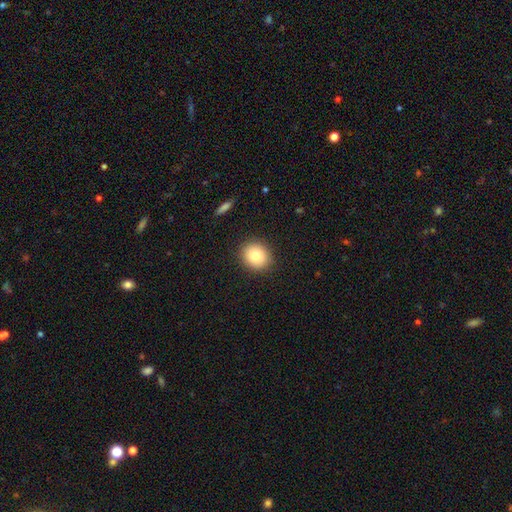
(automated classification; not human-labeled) Smooth or featured?
  - smooth: 79% *
  - featured or disk: 11%
  - star or artifact: 10%
How rounded?
  - round: 78% *
  - in between: 21%
  - cigar-shaped: 1%
Merging?
  - none: 90% *
  - minor disturbance: 7%
  - major disturbance: 2%
  - merger: 1%